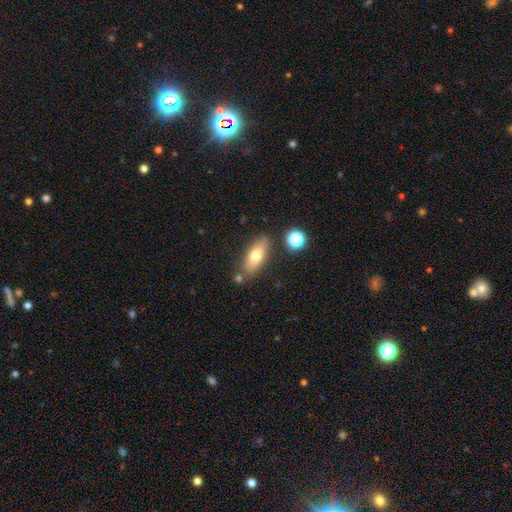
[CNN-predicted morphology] Smooth or featured?
  - smooth: 69% *
  - featured or disk: 23%
  - star or artifact: 8%
How rounded?
  - in between: 71% *
  - cigar-shaped: 25%
  - round: 4%
Merging?
  - none: 76% *
  - minor disturbance: 13%
  - merger: 7%
  - major disturbance: 3%